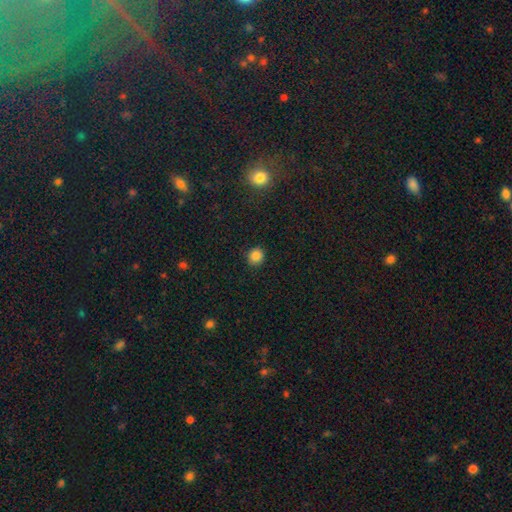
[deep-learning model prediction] Smooth or featured: smooth — 84% (star or artifact — 12%)
How rounded: round — 88% (in between — 11%)
Merging: none — 90% (minor disturbance — 7%)